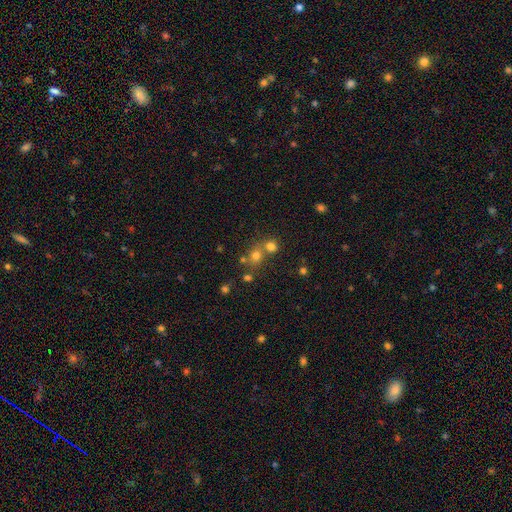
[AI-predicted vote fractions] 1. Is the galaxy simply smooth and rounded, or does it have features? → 69% smooth, 21% star or artifact, 10% featured or disk.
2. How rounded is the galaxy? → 80% round, 19% in between, 1% cigar-shaped.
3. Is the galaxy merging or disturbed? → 53% none, 36% merger, 7% minor disturbance, 3% major disturbance.